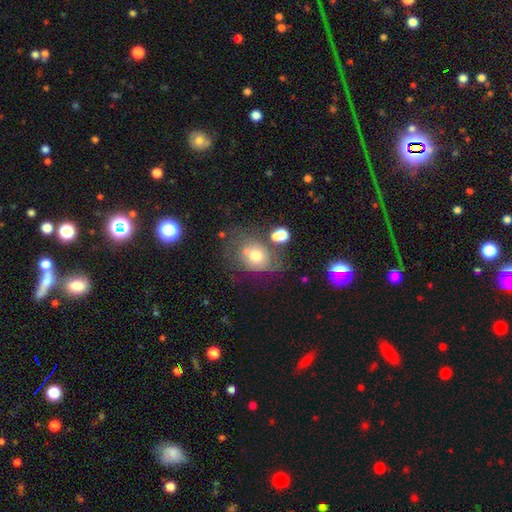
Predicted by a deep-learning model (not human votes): This is possibly a smooth galaxy (55%). How rounded: possibly round (52%). Merging: possibly none (45%).